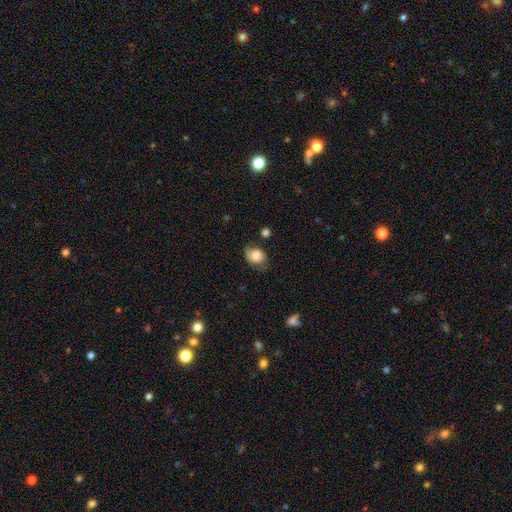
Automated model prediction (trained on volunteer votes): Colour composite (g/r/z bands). It shows a smooth galaxy with no disk features (79%) that is round (50%). Merging: none (61%).